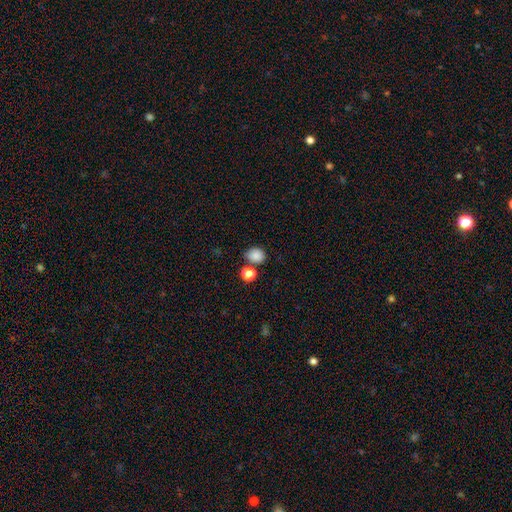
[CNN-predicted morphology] type=smooth (85%); roundness=round (68%); merging=none (70%).